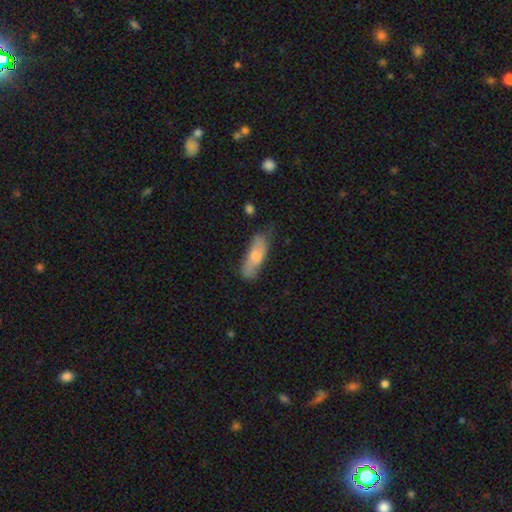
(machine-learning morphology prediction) type=smooth (71%); roundness=in between (55%); merging=none (59%).